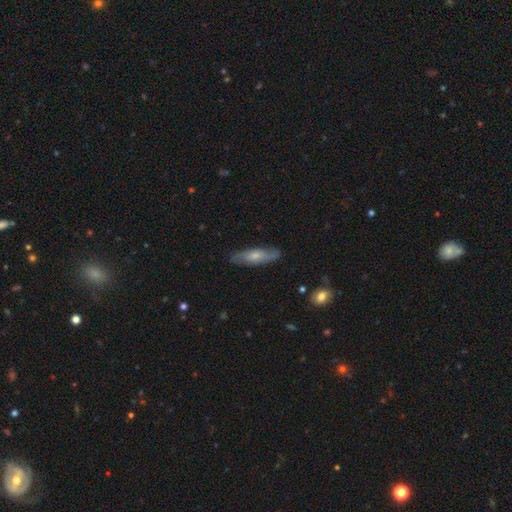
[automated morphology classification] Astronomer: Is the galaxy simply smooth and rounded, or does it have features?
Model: smooth — 49% (runner-up: featured or disk, 45%).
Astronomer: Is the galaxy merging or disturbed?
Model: none — 82%.